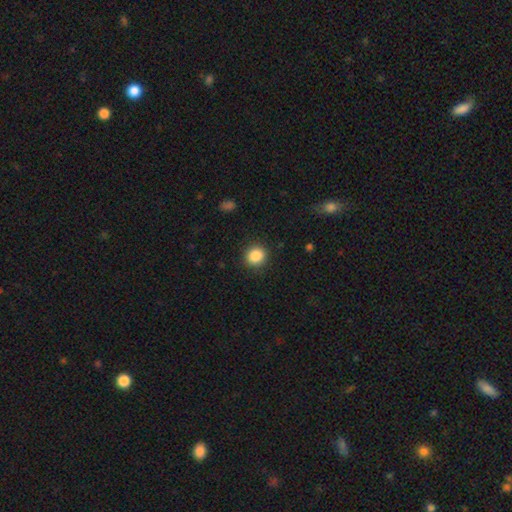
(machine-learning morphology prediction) A smooth galaxy with no disk features (87%) that is round (82%).

Vote fractions:
- Smooth or featured? smooth: 87% / star or artifact: 10% / featured or disk: 3%
- How rounded? round: 82% / in between: 17% / cigar-shaped: 1%
- Merging? none: 89% / minor disturbance: 8% / major disturbance: 3% / merger: 1%